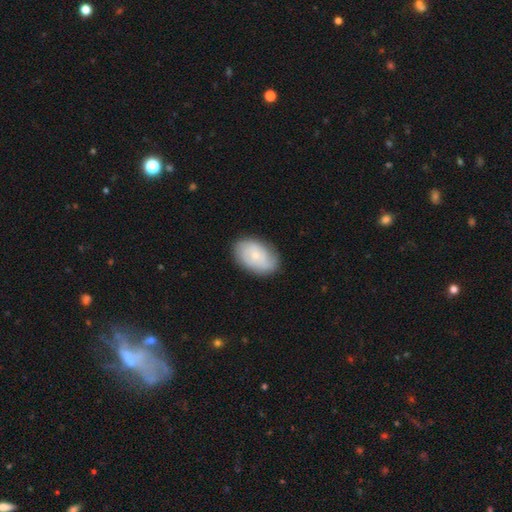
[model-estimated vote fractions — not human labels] smooth-or-featured: featured or disk: 51% | smooth: 43% | star or artifact: 7%
  disk-edge-on: no: 96% | yes: 4%
  merging: none: 81% | minor disturbance: 15% | major disturbance: 4% | merger: 1%